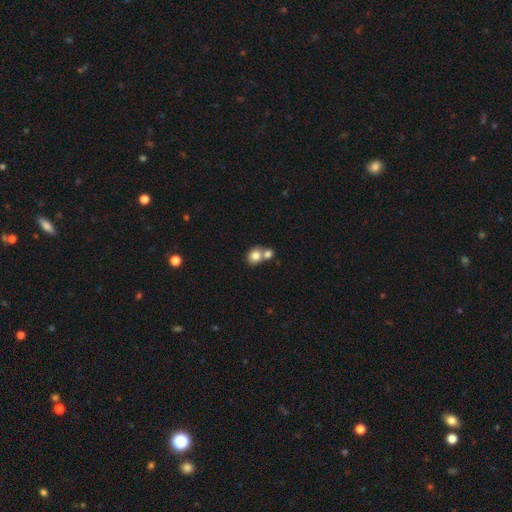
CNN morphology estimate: Overall: smooth (80%). How rounded: round (70%). Merging: merger (54%; none 37%).